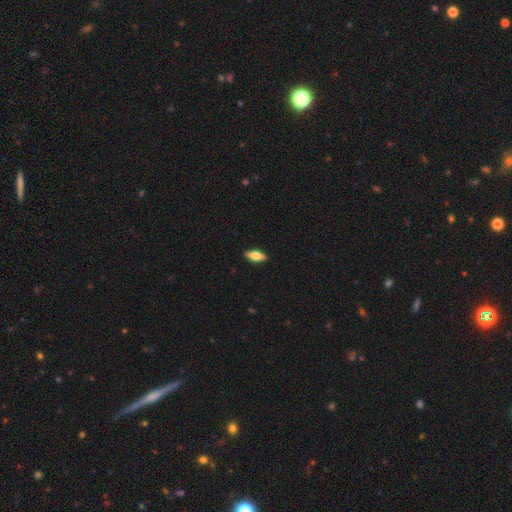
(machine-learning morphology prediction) This appears to be a smooth galaxy with no disk features (65%) that is in between round and cigar-shaped (77%). Merging: none (90%).